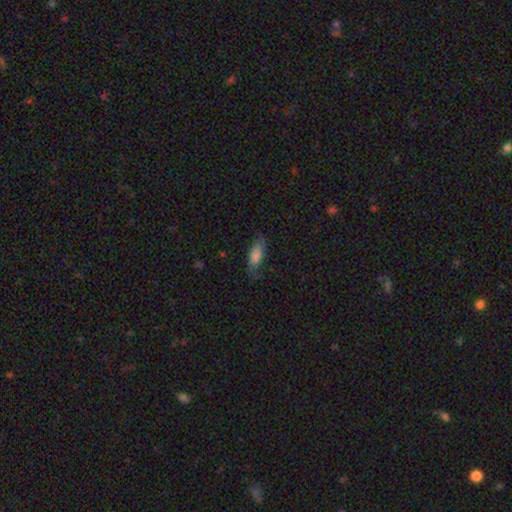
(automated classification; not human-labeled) A smooth galaxy with no disk features (76%) that is in between round and cigar-shaped (76%).

Vote fractions:
- Smooth or featured? smooth: 76% / featured or disk: 17% / star or artifact: 8%
- How rounded? in between: 76% / cigar-shaped: 22% / round: 2%
- Merging? none: 64% / minor disturbance: 26% / major disturbance: 9% / merger: 1%